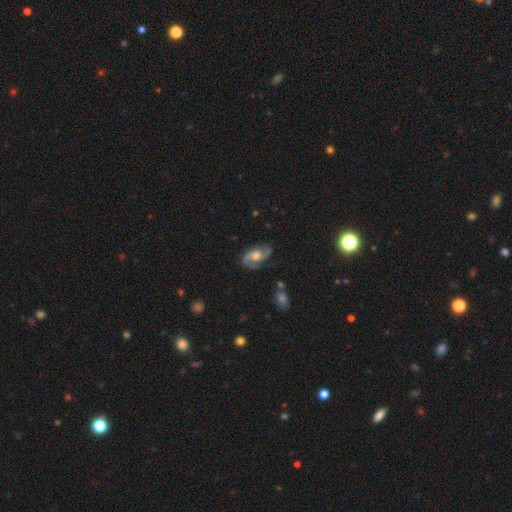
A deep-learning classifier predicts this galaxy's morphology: This appears to be a featured or disk galaxy (87%) with no bar (56%), 2 (91%) medium (53%) spiral arms (97%) and a moderate central bulge (70%). Merging: none (76%).